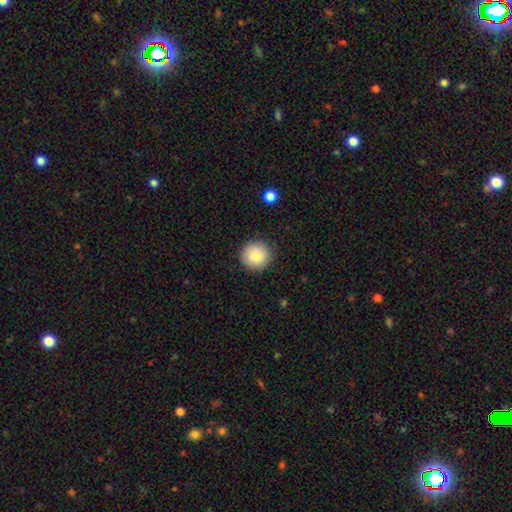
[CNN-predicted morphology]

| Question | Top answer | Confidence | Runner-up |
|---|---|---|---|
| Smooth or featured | smooth | 86% | star or artifact (8%) |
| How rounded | round | 95% | in between (4%) |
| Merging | none | 90% | minor disturbance (7%) |